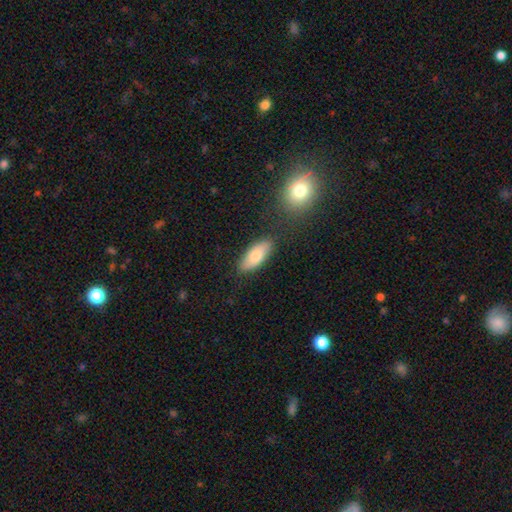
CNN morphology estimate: Smooth or featured?
  - smooth: 76% *
  - featured or disk: 18%
  - star or artifact: 7%
How rounded?
  - in between: 81% *
  - cigar-shaped: 16%
  - round: 3%
Merging?
  - none: 81% *
  - minor disturbance: 11%
  - merger: 5%
  - major disturbance: 3%